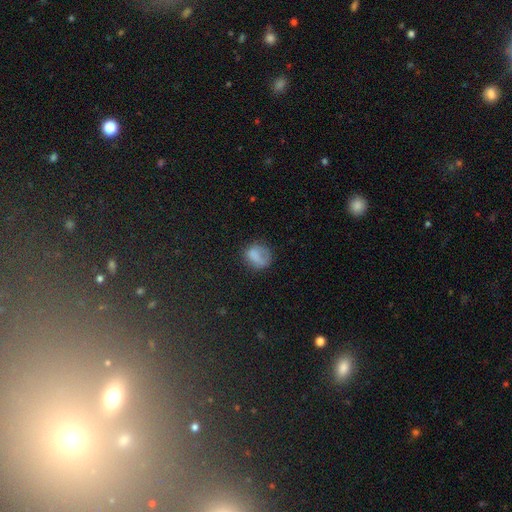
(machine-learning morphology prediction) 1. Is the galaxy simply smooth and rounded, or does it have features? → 74% smooth, 14% featured or disk, 12% star or artifact.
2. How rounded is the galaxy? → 67% round, 31% in between, 1% cigar-shaped.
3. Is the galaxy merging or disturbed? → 53% none, 27% minor disturbance, 18% major disturbance, 3% merger.